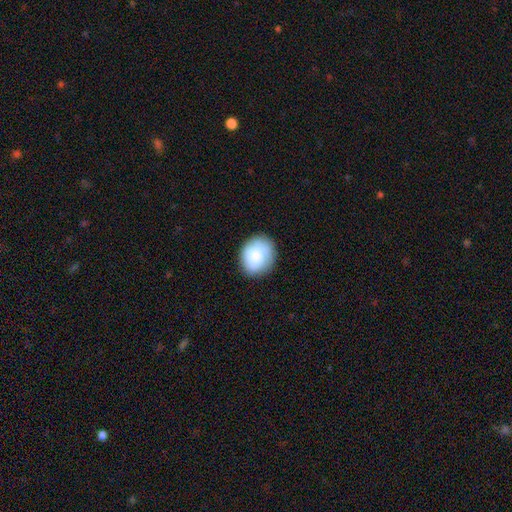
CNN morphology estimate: type=smooth (84%); roundness=round (59%); merging=none (78%).